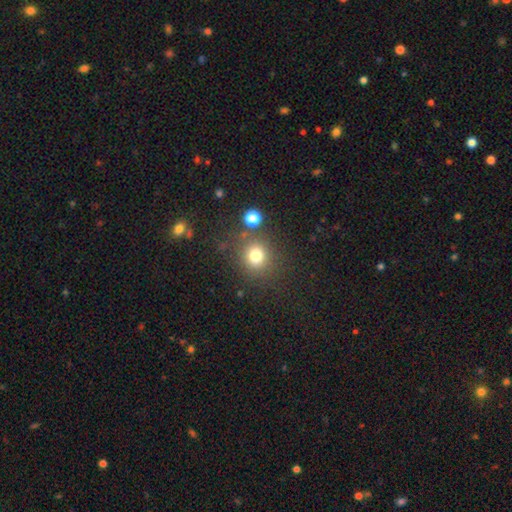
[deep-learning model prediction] Smooth or featured? Predicted: smooth (p=0.78). How rounded? Predicted: round (p=0.88). Merging? Predicted: none (p=0.78).